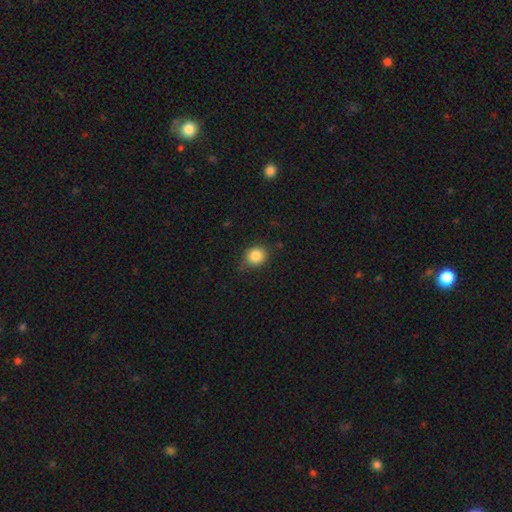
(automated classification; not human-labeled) The model was most divided on "merging": none: 75%, minor disturbance: 20%, major disturbance: 4%, merger: 1%. More confident: smooth or featured — smooth (85%); how rounded — round (78%).